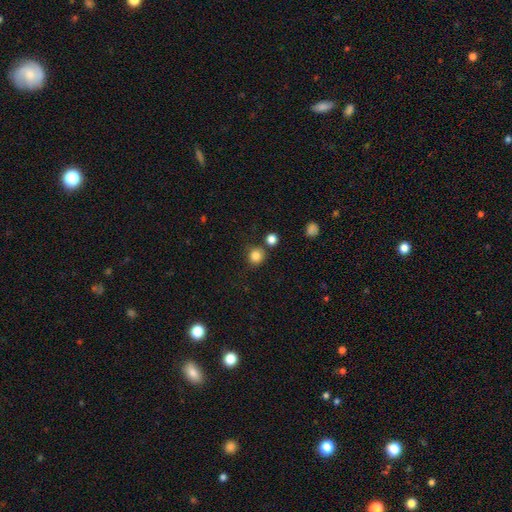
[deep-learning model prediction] A smooth galaxy with no disk features (84%) that is round (90%).

Vote fractions:
- Smooth or featured? smooth: 84% / star or artifact: 12% / featured or disk: 4%
- How rounded? round: 90% / in between: 9% / cigar-shaped: 1%
- Merging? none: 79% / minor disturbance: 9% / merger: 8% / major disturbance: 3%